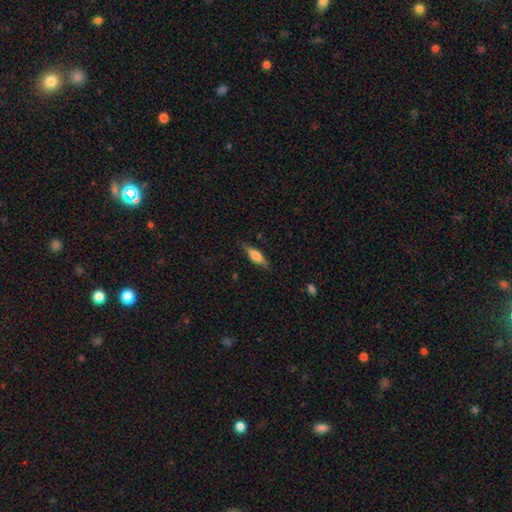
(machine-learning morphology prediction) type=smooth (58%); roundness=cigar-shaped (51%); merging=none (82%).